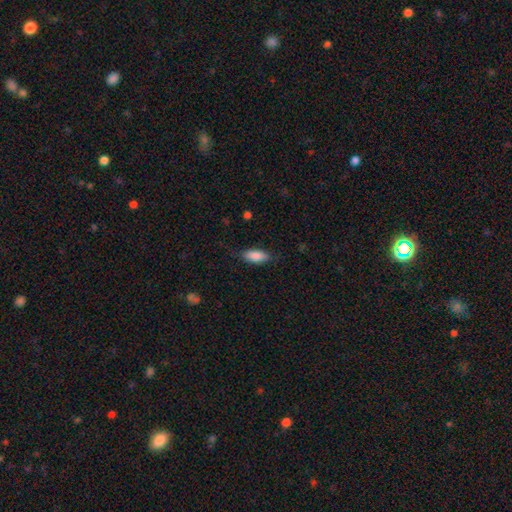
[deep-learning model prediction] Smooth or featured? Predicted: smooth (p=0.86). How rounded? Predicted: in between (p=0.83). Merging? Predicted: none (p=0.78).